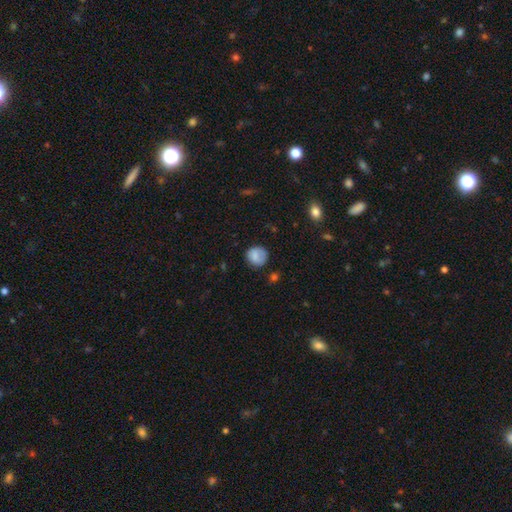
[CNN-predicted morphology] This appears to be a smooth galaxy with no disk features (81%) that is round (86%). Merging: none (75%).